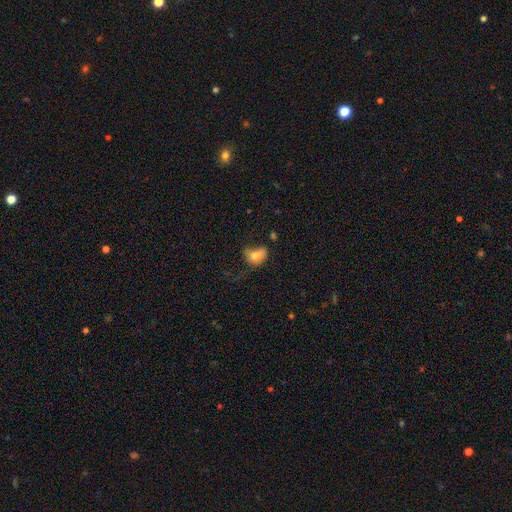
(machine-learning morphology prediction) smooth 73%, featured or disk 17%, star or artifact 10%. Down the decision tree: how rounded — in between (62%); merging — minor disturbance (34%).